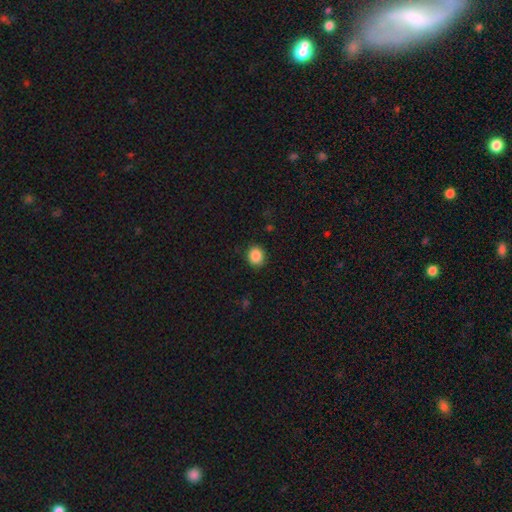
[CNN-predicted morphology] Smooth or featured? smooth (88%)
How rounded? round (71%)
Merging? none (88%)